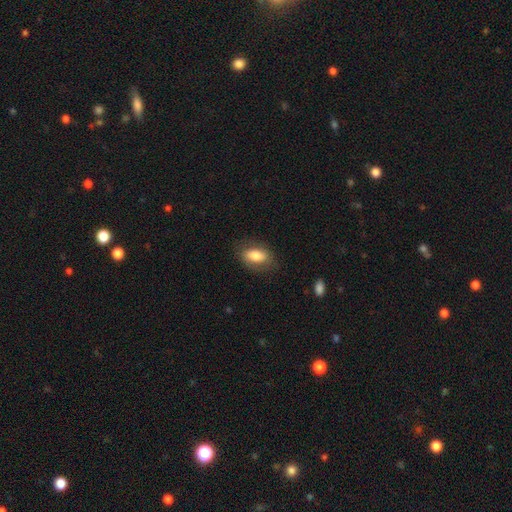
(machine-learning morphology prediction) A smooth galaxy with no disk features (74%) that is in between round and cigar-shaped (88%). Merging: none (76%).